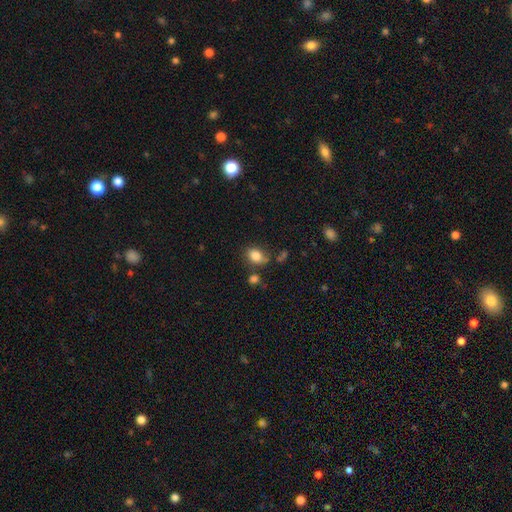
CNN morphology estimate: The model was most divided on "how rounded": in between: 70%, round: 29%, cigar-shaped: 1%. More confident: smooth or featured — smooth (83%); merging — none (66%).